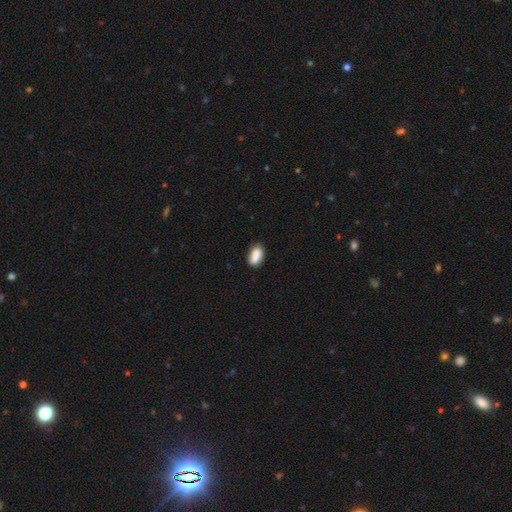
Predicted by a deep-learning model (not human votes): smooth_or_featured: smooth (p=0.82) [alt: featured or disk p=0.11]
how_rounded: in between (p=0.84) [alt: cigar-shaped p=0.09]
merging: none (p=0.73) [alt: minor disturbance p=0.18]